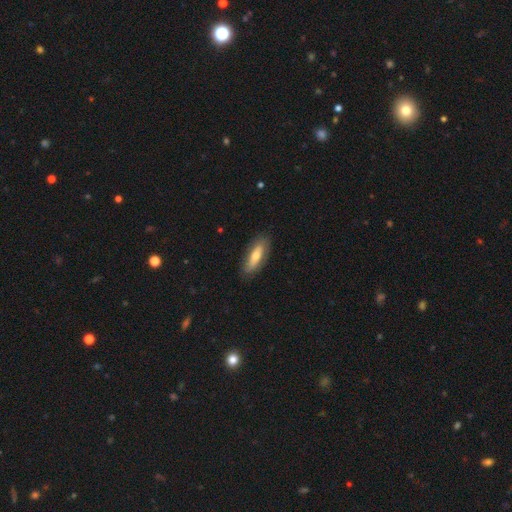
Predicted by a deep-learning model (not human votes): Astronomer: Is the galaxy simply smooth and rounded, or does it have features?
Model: smooth — 60%.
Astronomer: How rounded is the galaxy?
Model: in between — 55% (runner-up: cigar-shaped, 43%).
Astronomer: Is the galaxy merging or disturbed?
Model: none — 84%.